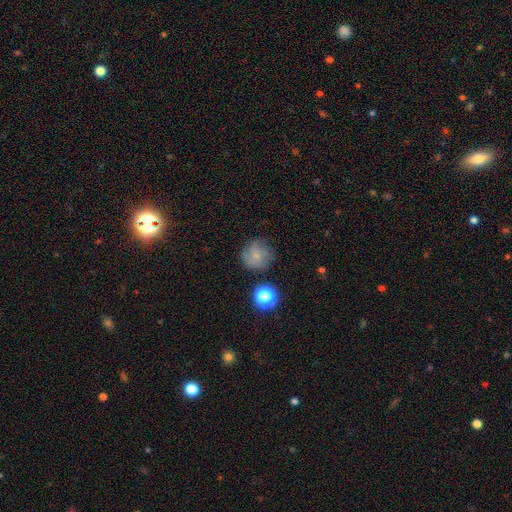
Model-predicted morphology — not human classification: smooth_or_featured: smooth (p=0.66) [alt: featured or disk p=0.20]
how_rounded: round (p=0.91) [alt: in between p=0.08]
merging: none (p=0.69) [alt: minor disturbance p=0.20]